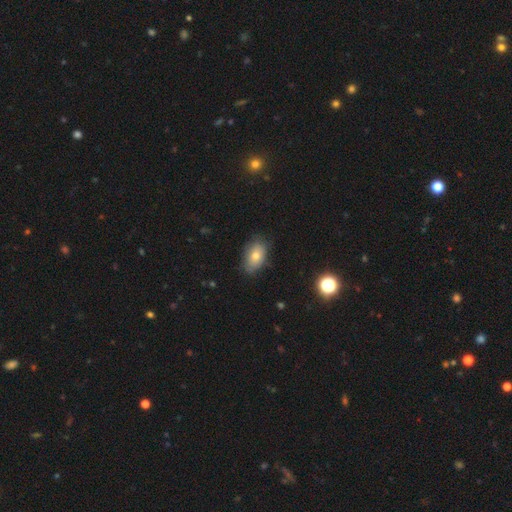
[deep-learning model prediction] Smooth or featured: smooth — 74% (featured or disk — 18%)
How rounded: in between — 89% (round — 10%)
Merging: none — 78% (minor disturbance — 18%)